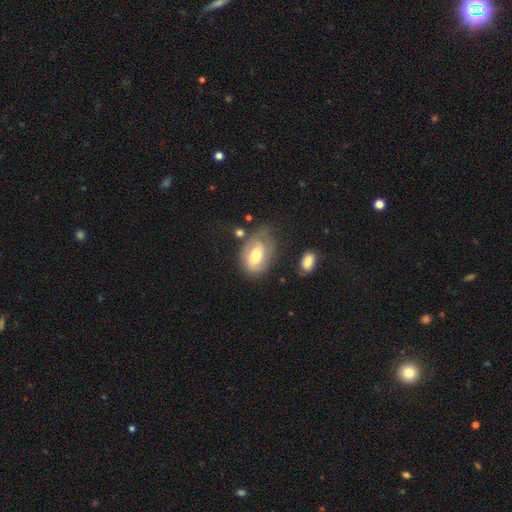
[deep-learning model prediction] Q: Smooth or featured?
A: smooth (50%); runner-up: featured or disk (43%)
Q: Merging?
A: none (47%); runner-up: minor disturbance (30%)